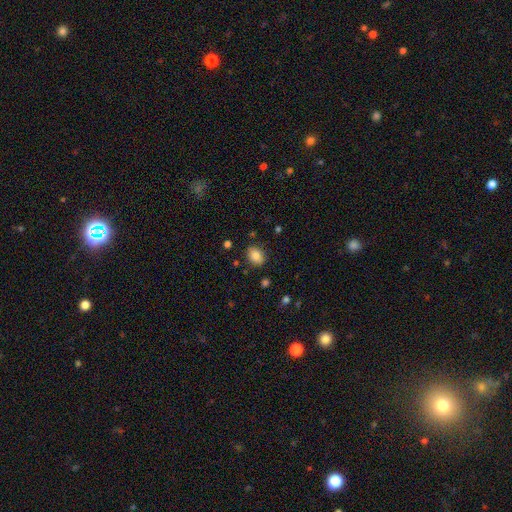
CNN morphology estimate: A smooth galaxy with no disk features (84%) that is in between round and cigar-shaped (67%).

Vote fractions:
- Smooth or featured? smooth: 84% / star or artifact: 9% / featured or disk: 7%
- How rounded? in between: 67% / round: 32% / cigar-shaped: 1%
- Merging? none: 85% / minor disturbance: 11% / major disturbance: 3% / merger: 2%